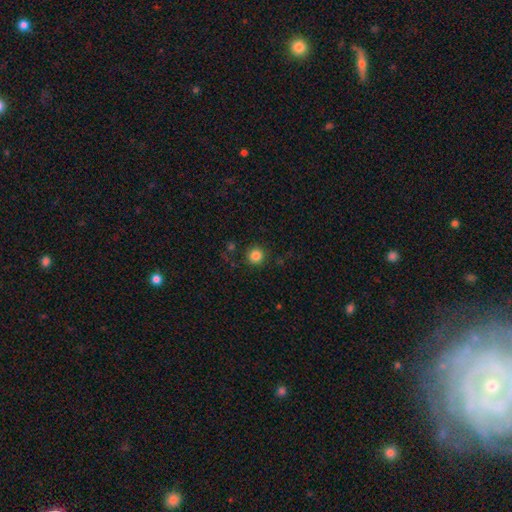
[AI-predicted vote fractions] This is clearly a smooth galaxy (84%). How rounded: clearly round (95%). Merging: clearly none (89%).